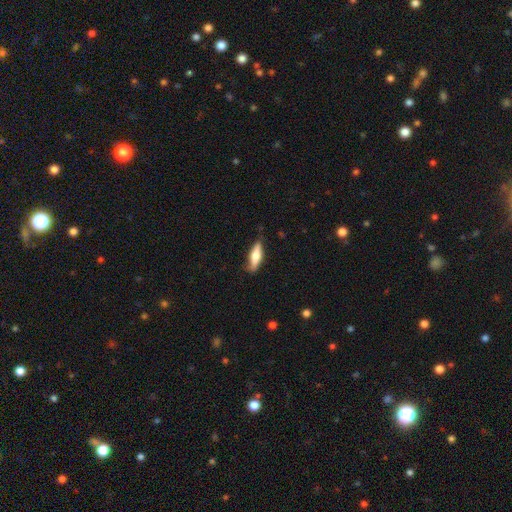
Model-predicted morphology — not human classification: A smooth galaxy with no disk features (62%) that is cigar-shaped (52%). Merging: none (75%).